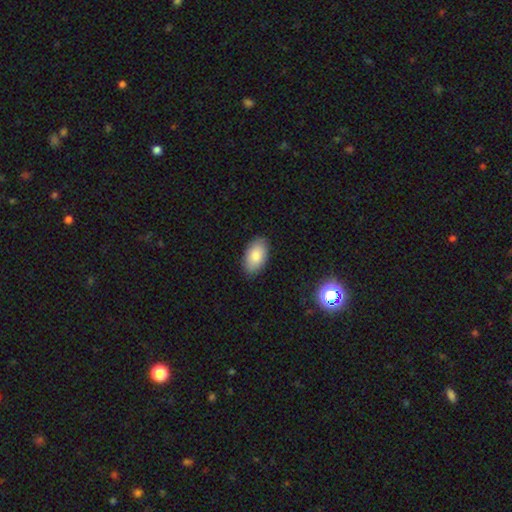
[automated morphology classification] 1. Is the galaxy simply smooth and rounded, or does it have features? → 83% smooth, 11% featured or disk, 7% star or artifact.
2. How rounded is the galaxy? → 94% in between, 4% round, 2% cigar-shaped.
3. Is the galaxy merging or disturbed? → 87% none, 10% minor disturbance, 2% major disturbance, 1% merger.